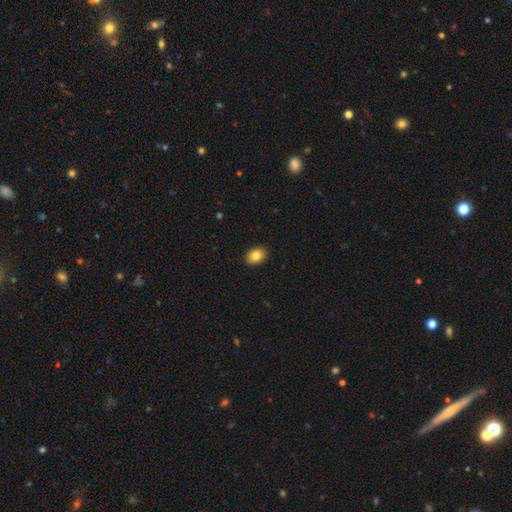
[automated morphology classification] Q: Smooth or featured?
A: smooth (83%); runner-up: featured or disk (9%)
Q: How rounded?
A: in between (74%); runner-up: round (25%)
Q: Merging?
A: none (91%); runner-up: minor disturbance (7%)